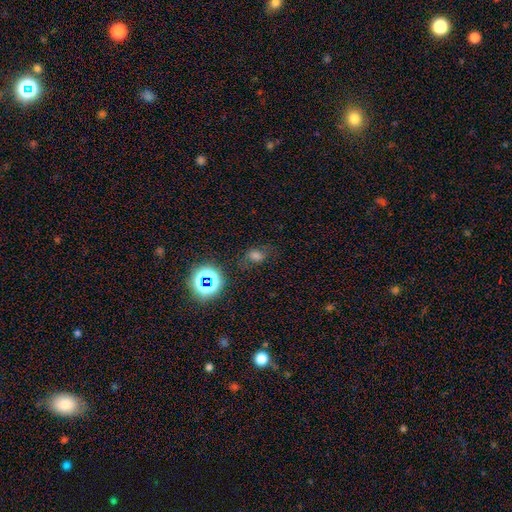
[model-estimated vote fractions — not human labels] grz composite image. It shows a smooth galaxy with no disk features (57%) that is in between round and cigar-shaped (68%). Merging: none (65%).